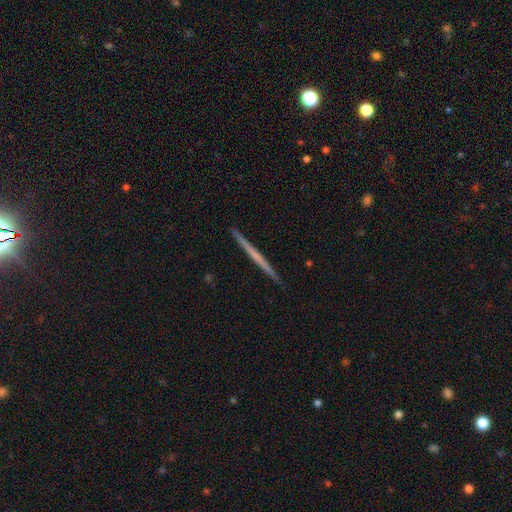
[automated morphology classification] Smooth or featured? Predicted: featured or disk (p=0.57). Edge-on disk? Predicted: yes (p=0.98). Edge-on bulge? Predicted: none (p=0.89). Merging? Predicted: none (p=0.93).